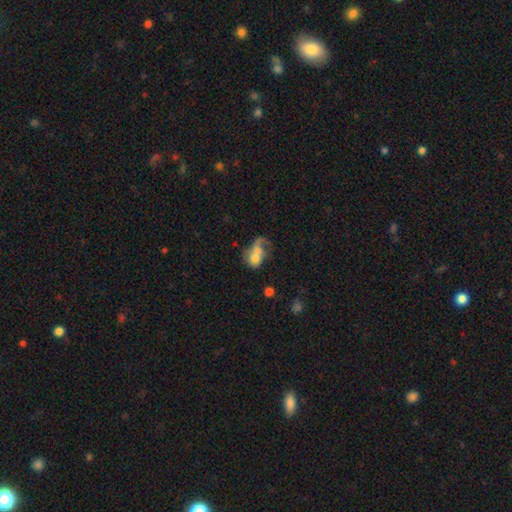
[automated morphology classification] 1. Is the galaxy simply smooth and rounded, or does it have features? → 51% smooth, 39% featured or disk, 10% star or artifact.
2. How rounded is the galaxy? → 55% in between, 44% round, 2% cigar-shaped.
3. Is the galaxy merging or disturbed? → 58% merger, 20% major disturbance, 14% none, 8% minor disturbance.